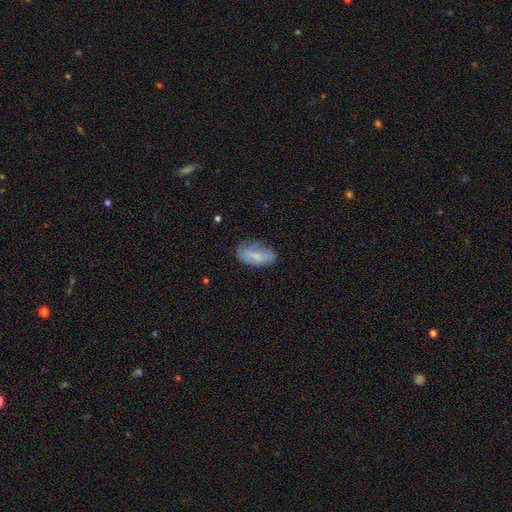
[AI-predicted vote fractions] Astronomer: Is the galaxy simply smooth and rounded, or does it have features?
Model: smooth — 71%.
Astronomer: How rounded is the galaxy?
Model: in between — 90%.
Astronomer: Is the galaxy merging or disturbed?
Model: none — 63%.